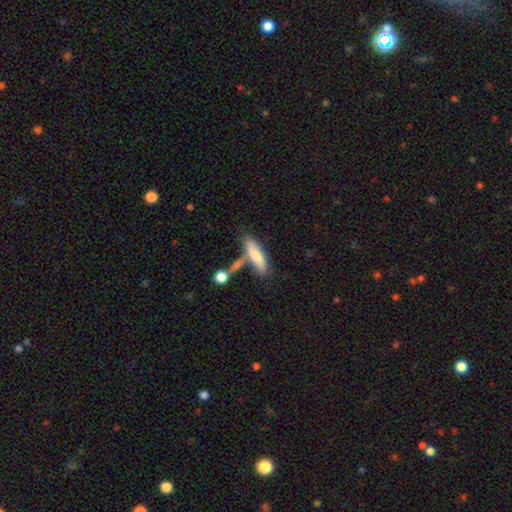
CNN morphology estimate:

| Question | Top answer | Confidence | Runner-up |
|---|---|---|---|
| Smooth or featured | smooth | 67% | featured or disk (26%) |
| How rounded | cigar-shaped | 57% | in between (40%) |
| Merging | none | 39% | merger (34%) |